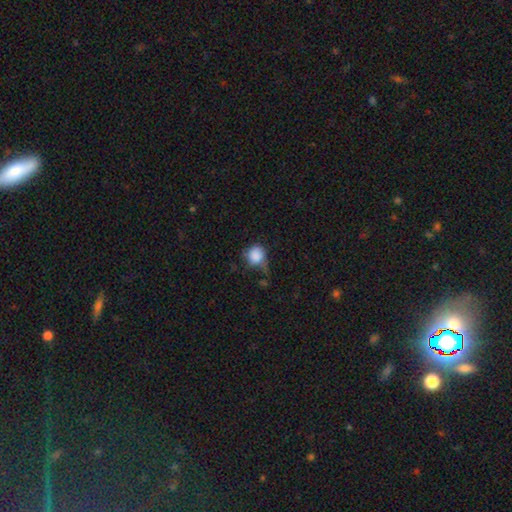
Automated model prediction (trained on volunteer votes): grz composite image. It shows a smooth galaxy with no disk features (85%) that is round (79%). Merging: none (44%).